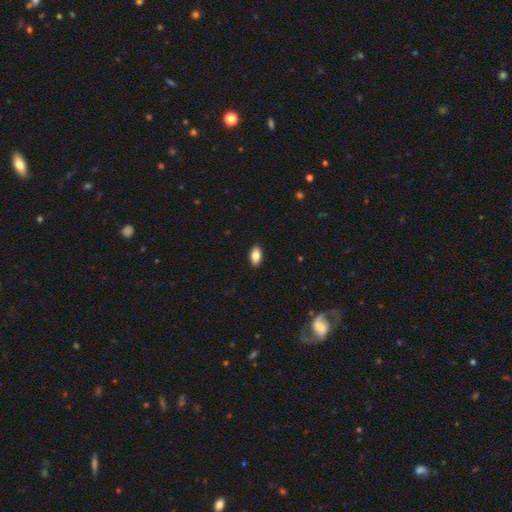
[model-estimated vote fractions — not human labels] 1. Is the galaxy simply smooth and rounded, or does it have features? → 82% smooth, 10% featured or disk, 7% star or artifact.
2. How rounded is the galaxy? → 92% in between, 5% round, 3% cigar-shaped.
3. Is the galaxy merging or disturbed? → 90% none, 7% minor disturbance, 2% major disturbance, 1% merger.